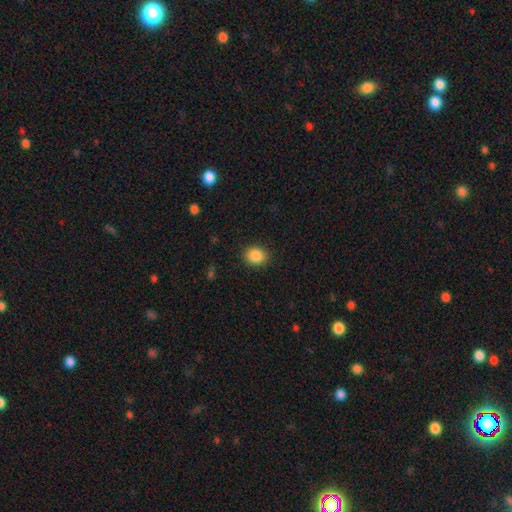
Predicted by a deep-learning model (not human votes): A smooth galaxy with no disk features (87%) that is round (62%).

Vote fractions:
- Smooth or featured? smooth: 87% / star or artifact: 9% / featured or disk: 4%
- How rounded? round: 62% / in between: 37% / cigar-shaped: 1%
- Merging? none: 89% / minor disturbance: 8% / major disturbance: 2% / merger: 1%